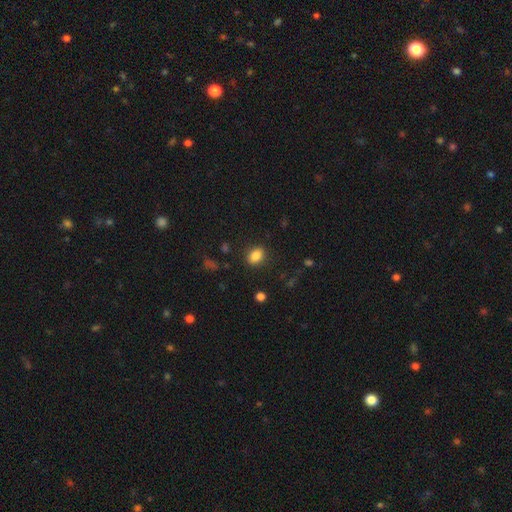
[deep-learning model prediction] A smooth galaxy with no disk features (86%) that is in between round and cigar-shaped (74%). Merging: none (86%).